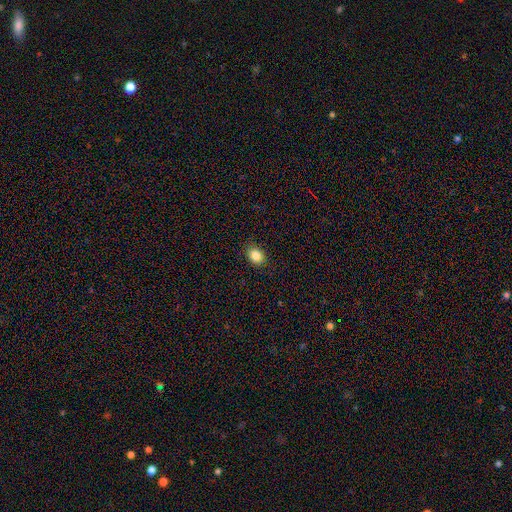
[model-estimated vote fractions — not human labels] Smooth or featured?
  - smooth: 85% *
  - star or artifact: 10%
  - featured or disk: 5%
How rounded?
  - in between: 51% *
  - round: 48%
  - cigar-shaped: 1%
Merging?
  - none: 87% *
  - minor disturbance: 10%
  - major disturbance: 2%
  - merger: 1%